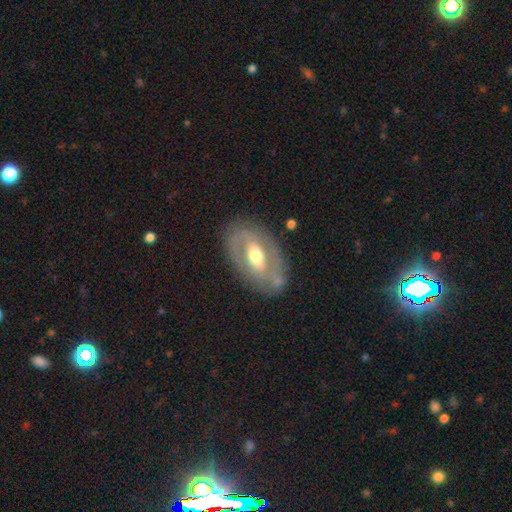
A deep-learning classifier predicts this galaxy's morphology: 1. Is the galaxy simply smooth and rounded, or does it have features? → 70% featured or disk, 25% smooth, 5% star or artifact.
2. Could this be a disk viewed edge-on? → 92% no, 8% yes.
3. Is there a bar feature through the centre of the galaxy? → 37% weak, 36% no, 27% strong.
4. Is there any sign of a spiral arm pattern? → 56% no, 44% yes.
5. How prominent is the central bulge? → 71% moderate, 14% large, 13% small, 1% dominant, 1% none.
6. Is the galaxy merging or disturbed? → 77% none, 15% minor disturbance, 6% major disturbance, 2% merger.